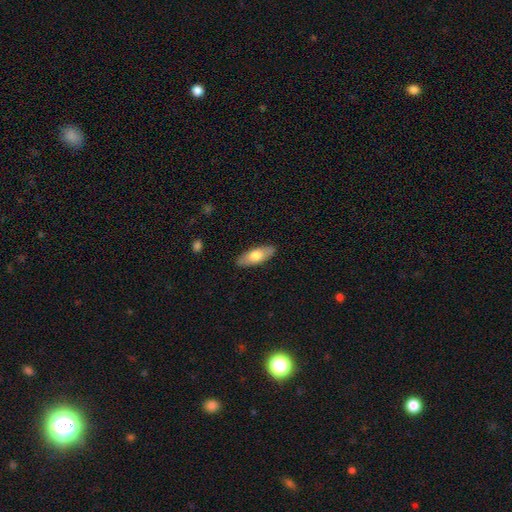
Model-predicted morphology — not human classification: This is likely a smooth galaxy (69%). How rounded: likely in between (77%). Merging: clearly none (88%).